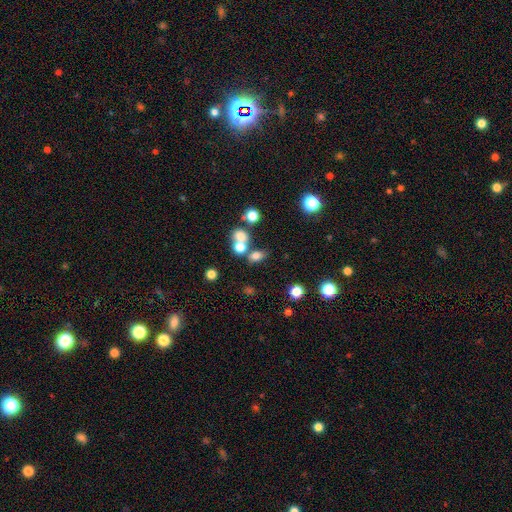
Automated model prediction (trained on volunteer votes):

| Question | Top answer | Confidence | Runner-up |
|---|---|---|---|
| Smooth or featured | smooth | 71% | star or artifact (17%) |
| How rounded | in between | 63% | round (34%) |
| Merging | none | 52% | merger (32%) |